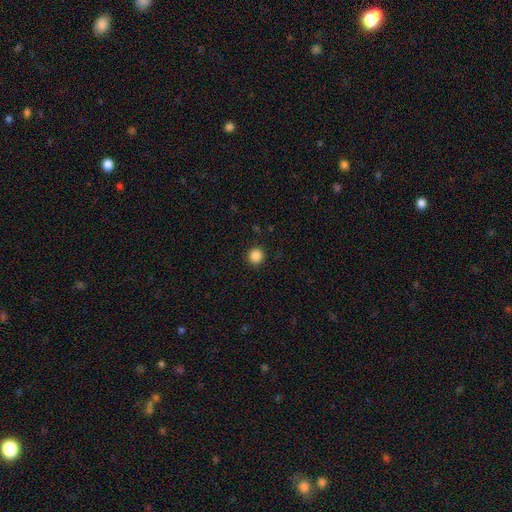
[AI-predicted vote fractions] Q: Smooth or featured?
A: smooth (86%); runner-up: star or artifact (11%)
Q: How rounded?
A: round (94%); runner-up: in between (5%)
Q: Merging?
A: none (92%); runner-up: minor disturbance (5%)